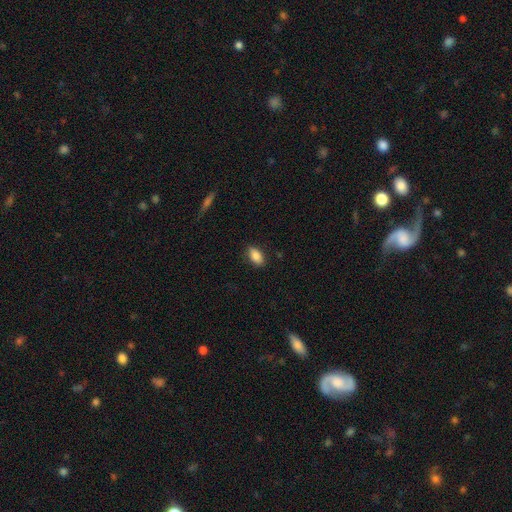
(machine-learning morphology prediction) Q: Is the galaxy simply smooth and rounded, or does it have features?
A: smooth — 86%.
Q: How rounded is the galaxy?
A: in between — 90%.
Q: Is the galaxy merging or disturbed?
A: none — 84%.